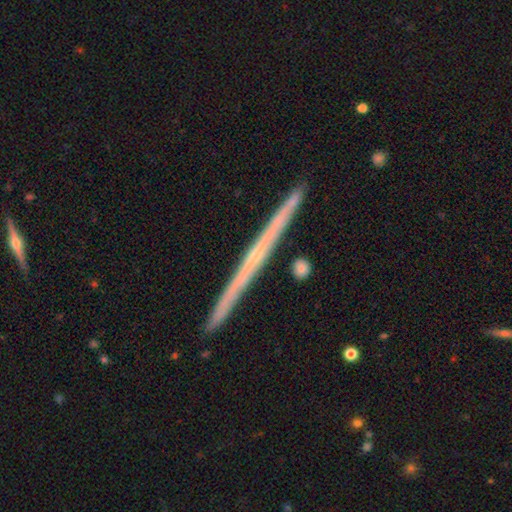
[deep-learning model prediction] The model was most divided on "smooth or featured": featured or disk: 70%, smooth: 23%, star or artifact: 7%. More confident: edge-on disk — yes (98%); merging — none (92%); edge-on bulge — none (74%).